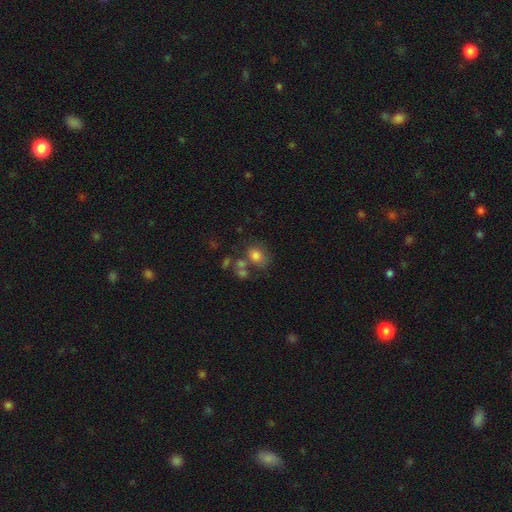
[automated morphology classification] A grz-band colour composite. It shows a smooth galaxy with no disk features (76%) that is round (57%). Merging: none (52%).